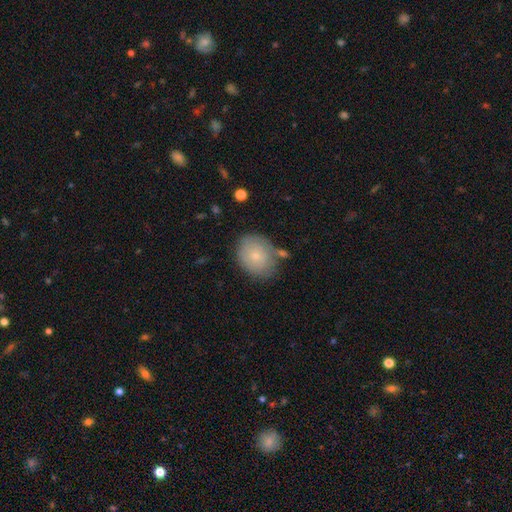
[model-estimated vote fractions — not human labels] smooth_or_featured: smooth (p=0.71) [alt: featured or disk p=0.22]
how_rounded: round (p=0.53) [alt: in between p=0.46]
merging: none (p=0.68) [alt: minor disturbance p=0.21]